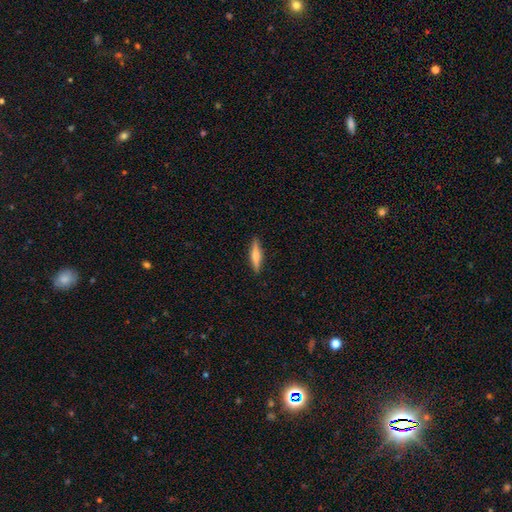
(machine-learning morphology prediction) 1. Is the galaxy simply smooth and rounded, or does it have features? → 60% smooth, 33% featured or disk, 6% star or artifact.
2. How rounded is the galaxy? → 82% cigar-shaped, 17% in between, 2% round.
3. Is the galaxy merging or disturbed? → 90% none, 8% minor disturbance, 2% major disturbance, 1% merger.